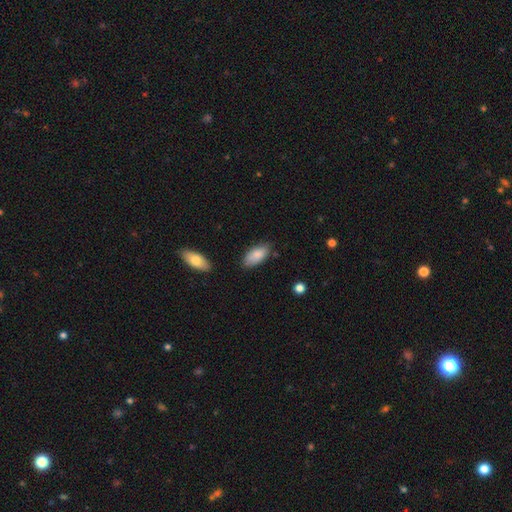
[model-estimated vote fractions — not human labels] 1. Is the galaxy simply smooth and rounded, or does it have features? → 85% smooth, 9% featured or disk, 6% star or artifact.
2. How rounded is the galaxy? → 89% in between, 9% cigar-shaped, 2% round.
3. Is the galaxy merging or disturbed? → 74% none, 20% minor disturbance, 3% major disturbance, 3% merger.